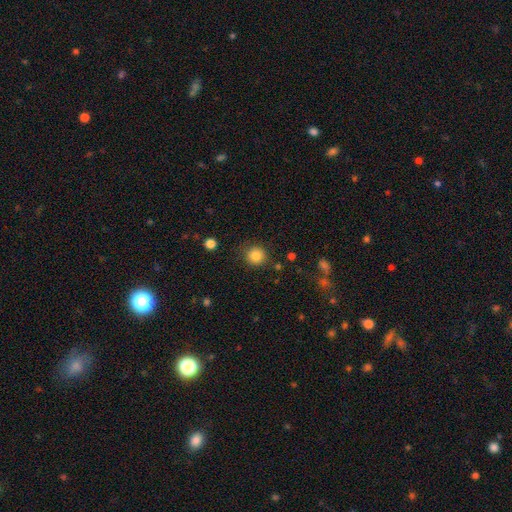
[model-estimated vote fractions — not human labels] Smooth or featured? smooth (84%)
How rounded? round (93%)
Merging? none (87%)